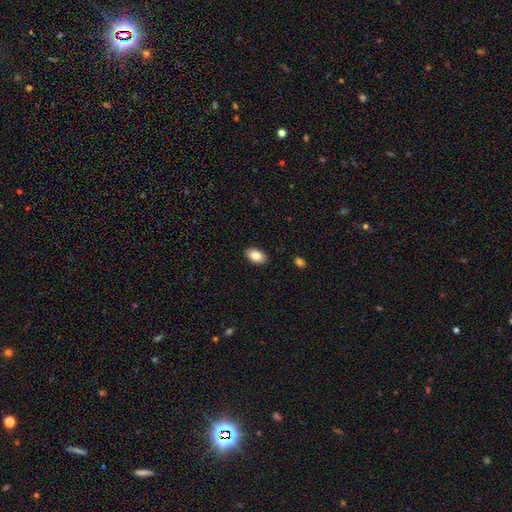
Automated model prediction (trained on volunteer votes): Q: Smooth or featured?
A: smooth (84%); runner-up: featured or disk (8%)
Q: How rounded?
A: in between (91%); runner-up: round (8%)
Q: Merging?
A: none (89%); runner-up: minor disturbance (8%)